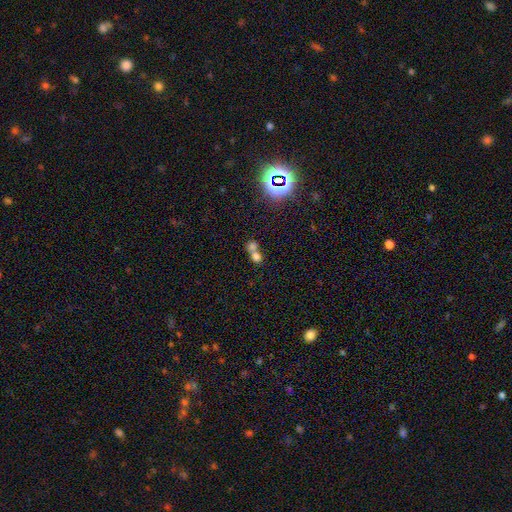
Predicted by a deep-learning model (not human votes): Smooth or featured? smooth (69%)
How rounded? round (61%)
Merging? merger (67%)